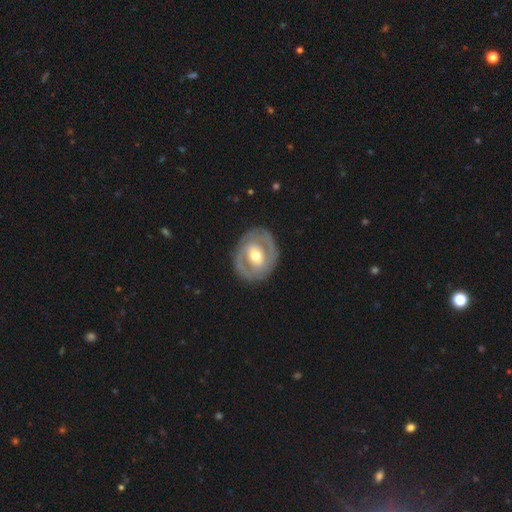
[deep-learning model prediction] Smooth or featured? featured or disk (71%)
Edge-on disk? no (96%)
Bar? no (44%)
Spiral arms? yes (56%)
Bulge size? moderate (74%)
Merging? none (82%)